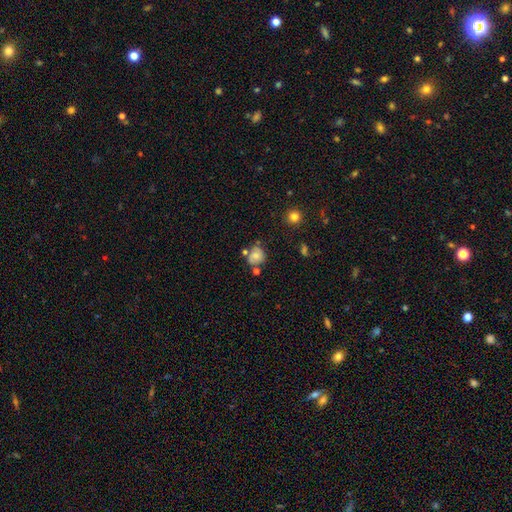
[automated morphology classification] A smooth galaxy with no disk features (63%) that is round (76%).

Vote fractions:
- Smooth or featured? smooth: 63% / featured or disk: 26% / star or artifact: 11%
- How rounded? round: 76% / in between: 23% / cigar-shaped: 1%
- Merging? none: 56% / minor disturbance: 22% / merger: 15% / major disturbance: 7%